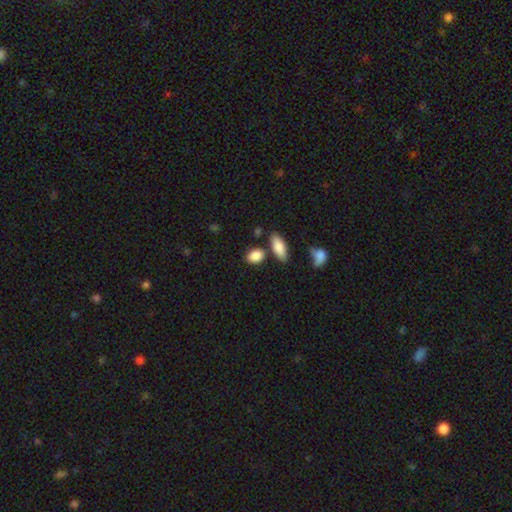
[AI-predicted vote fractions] smooth 88%, star or artifact 7%, featured or disk 5%. Down the decision tree: how rounded — in between (74%); merging — none (71%).